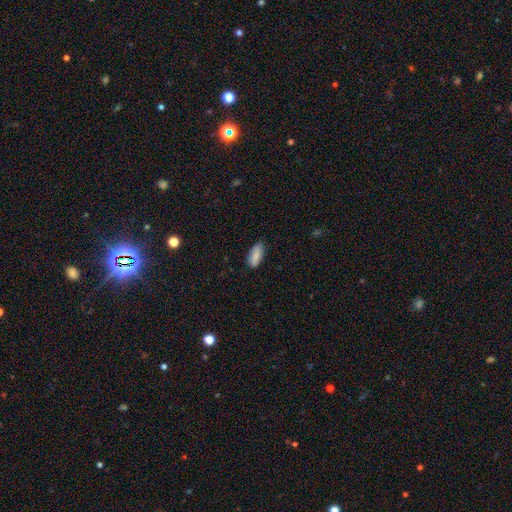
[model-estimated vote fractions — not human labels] Morphology: type=smooth (84%); roundness=in between (81%); merging=none (81%).